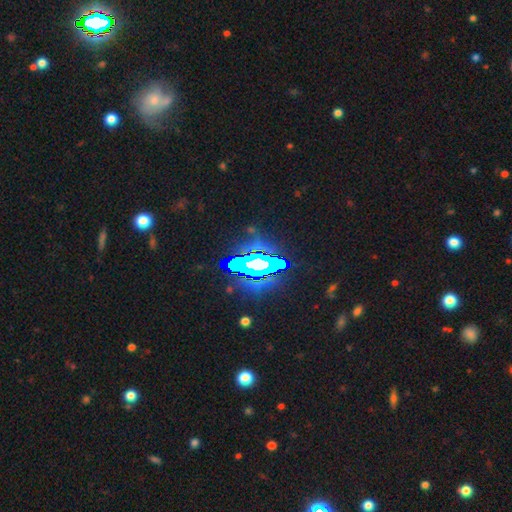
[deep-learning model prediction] A star or artifact, not a galaxy (76%).